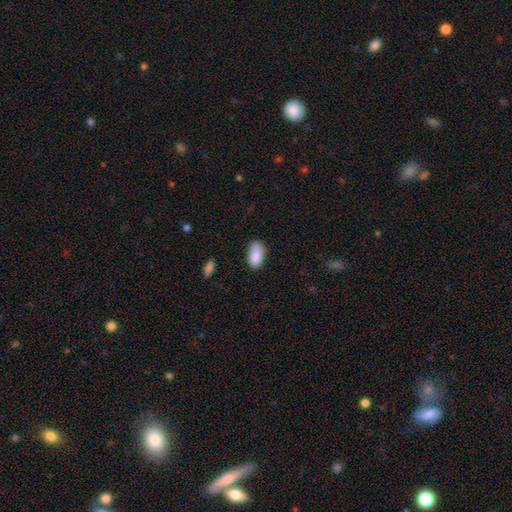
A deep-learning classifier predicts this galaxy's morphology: Overall: smooth (87%). How rounded: in between (93%). Merging: none (71%).